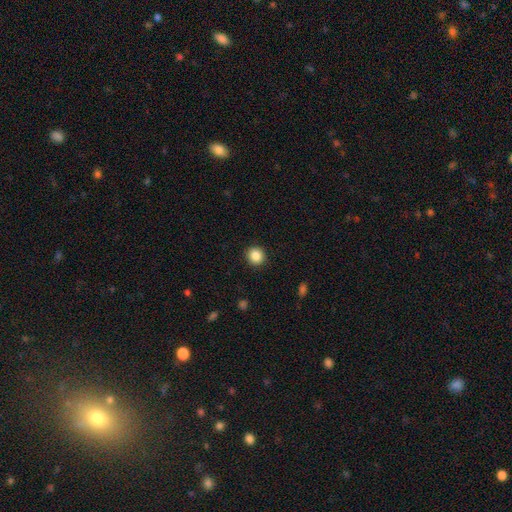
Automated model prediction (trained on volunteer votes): smooth-or-featured: smooth: 86% | star or artifact: 10% | featured or disk: 5%
  how-rounded: round: 91% | in between: 8% | cigar-shaped: 1%
  merging: none: 92% | minor disturbance: 5% | major disturbance: 2% | merger: 1%